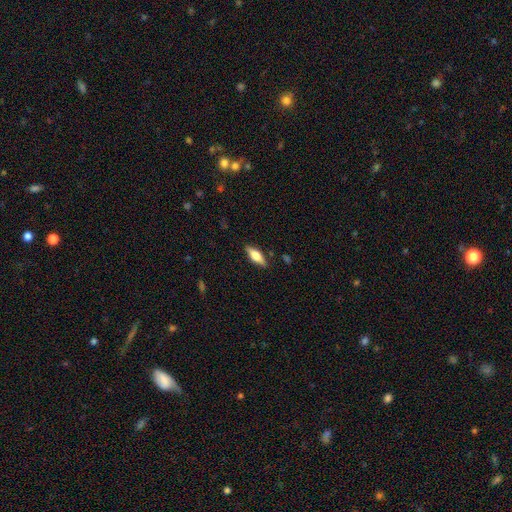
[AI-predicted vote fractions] Smooth or featured? smooth (54%)
How rounded? in between (61%)
Merging? none (85%)